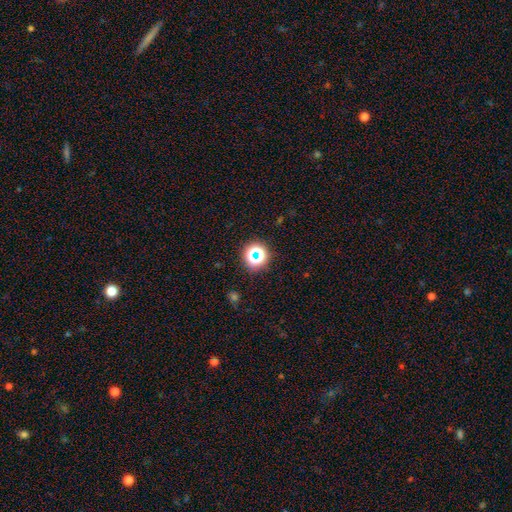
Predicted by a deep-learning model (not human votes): smooth-or-featured: star or artifact: 57% | smooth: 33% | featured or disk: 10%